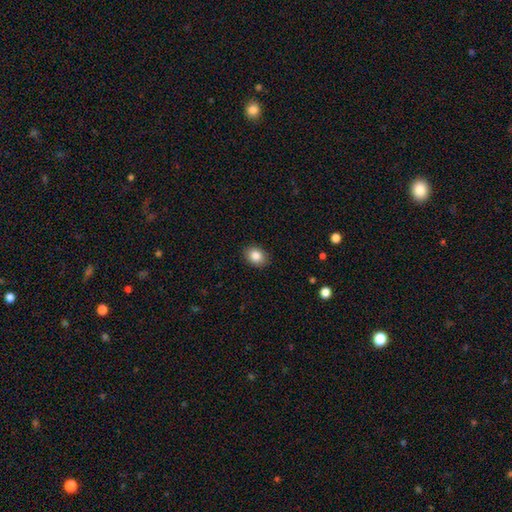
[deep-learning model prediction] Smooth or featured? smooth (85%)
How rounded? in between (63%)
Merging? none (89%)